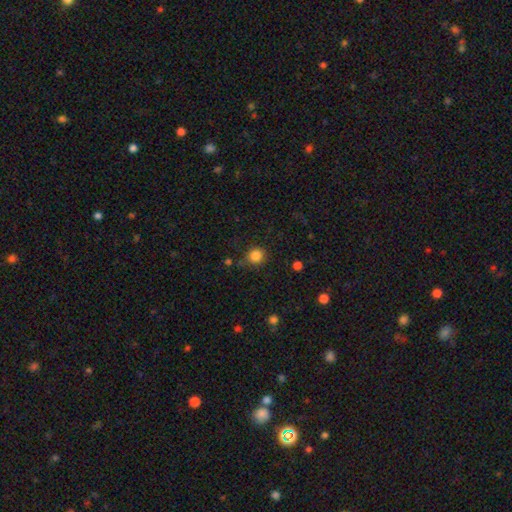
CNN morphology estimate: Smooth or featured? smooth (84%)
How rounded? round (92%)
Merging? none (81%)